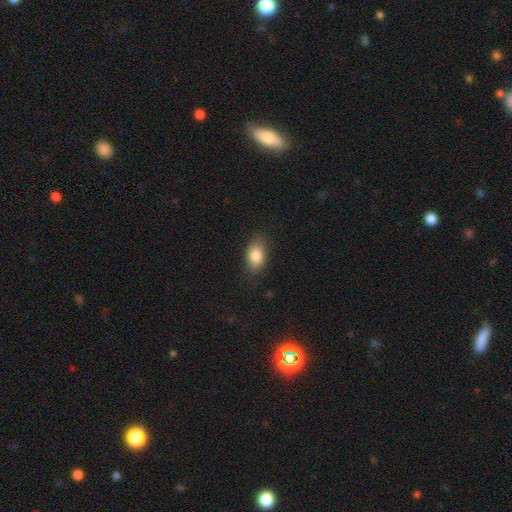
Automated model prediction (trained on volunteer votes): A smooth galaxy with no disk features (84%) that is in between round and cigar-shaped (88%). Merging: none (81%).